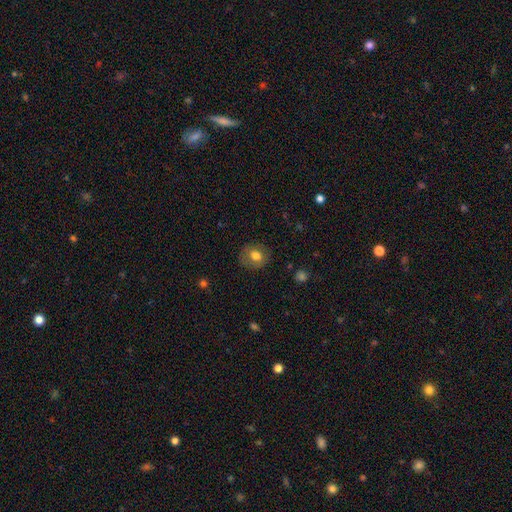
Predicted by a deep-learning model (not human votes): smooth_or_featured: smooth (p=0.74) [alt: featured or disk p=0.17]
how_rounded: round (p=0.77) [alt: in between p=0.22]
merging: none (p=0.82) [alt: minor disturbance p=0.13]